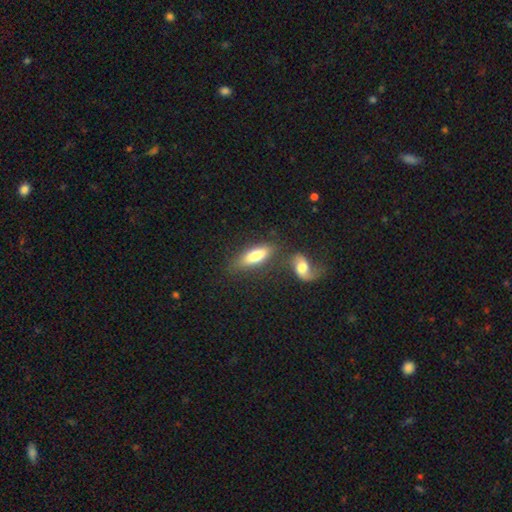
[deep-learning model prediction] The model was most divided on "how rounded": in between: 66%, cigar-shaped: 31%, round: 3%. More confident: smooth or featured — smooth (70%); merging — none (60%).